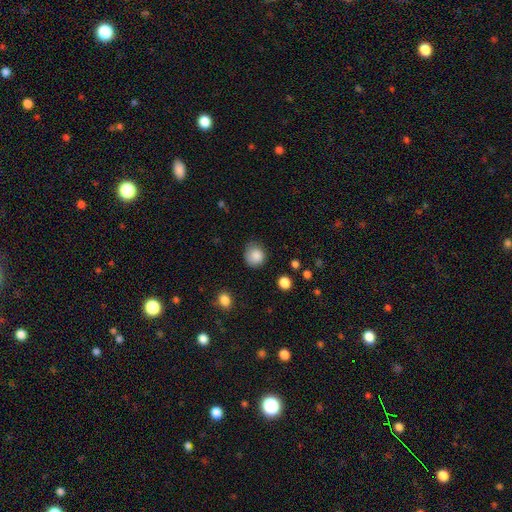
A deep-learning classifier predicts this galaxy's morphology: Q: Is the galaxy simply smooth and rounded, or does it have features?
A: smooth — 86%.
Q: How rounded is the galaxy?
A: round — 86%.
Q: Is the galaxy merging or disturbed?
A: none — 70%.